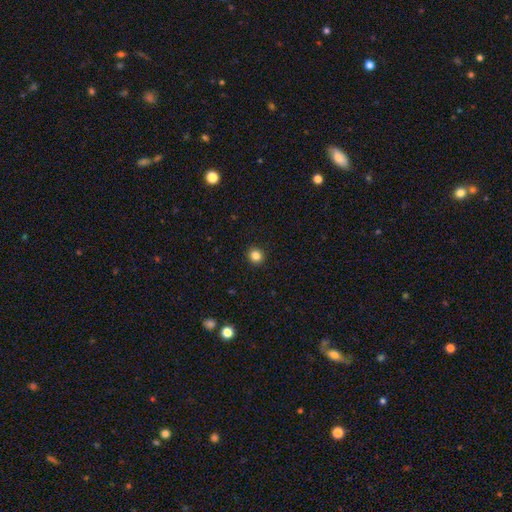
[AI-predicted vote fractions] Overall: smooth (84%). How rounded: round (91%). Merging: none (93%).